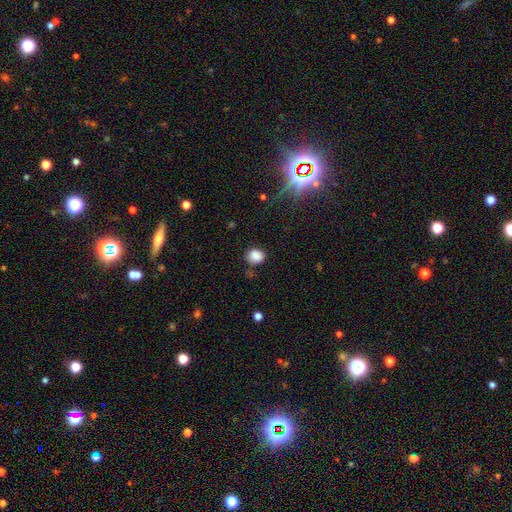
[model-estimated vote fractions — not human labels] Smooth or featured?
  - smooth: 85% *
  - star or artifact: 11%
  - featured or disk: 4%
How rounded?
  - round: 66% *
  - in between: 33%
  - cigar-shaped: 1%
Merging?
  - none: 76% *
  - minor disturbance: 16%
  - major disturbance: 5%
  - merger: 4%